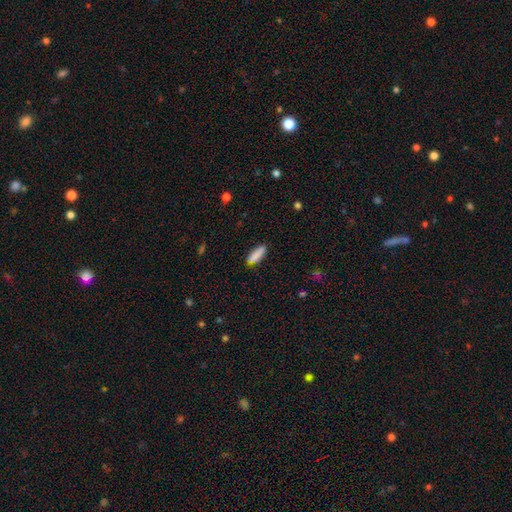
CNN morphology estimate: Smooth or featured?
  - smooth: 87% *
  - star or artifact: 7%
  - featured or disk: 6%
How rounded?
  - in between: 50% *
  - cigar-shaped: 48%
  - round: 2%
Merging?
  - none: 82% *
  - minor disturbance: 13%
  - major disturbance: 3%
  - merger: 2%